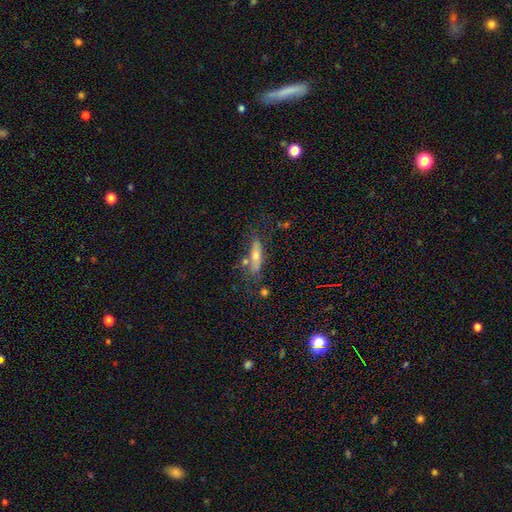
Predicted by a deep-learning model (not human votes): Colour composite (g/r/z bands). It shows a smooth galaxy with no disk features (45%, tied with featured or disk). Merging: none (59%).